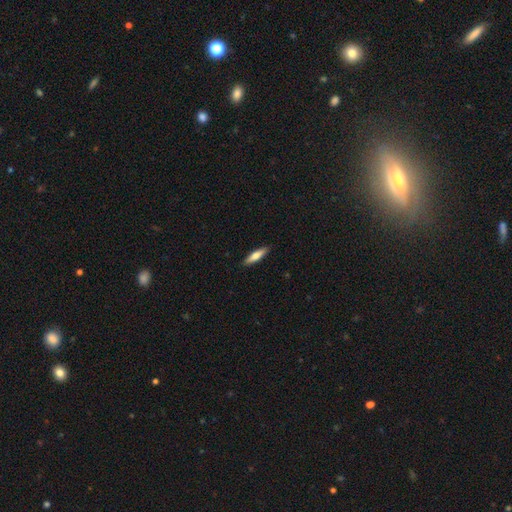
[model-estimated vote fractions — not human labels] Smooth or featured? Predicted: smooth (p=0.65). How rounded? Predicted: cigar-shaped (p=0.73). Merging? Predicted: none (p=0.90).